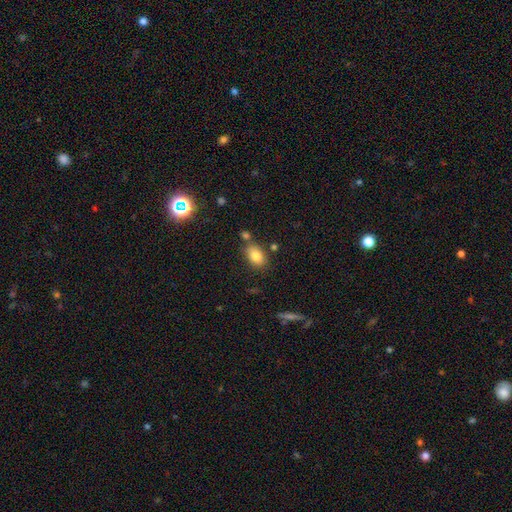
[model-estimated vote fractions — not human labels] This appears to be a smooth galaxy with no disk features (81%) that is in between round and cigar-shaped (86%). Merging: none (71%).